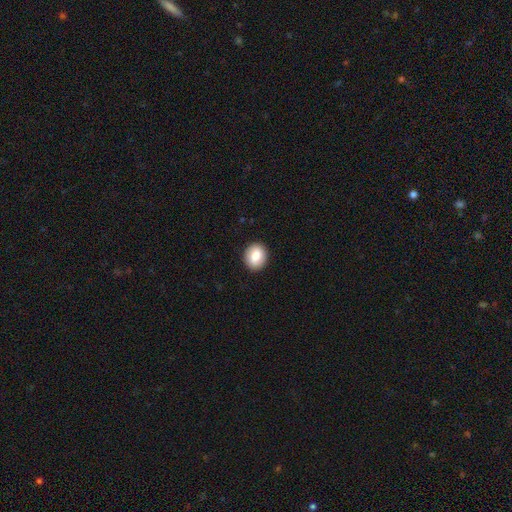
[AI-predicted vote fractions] Q: Smooth or featured?
A: smooth (84%); runner-up: featured or disk (8%)
Q: How rounded?
A: round (58%); runner-up: in between (41%)
Q: Merging?
A: none (91%); runner-up: minor disturbance (7%)